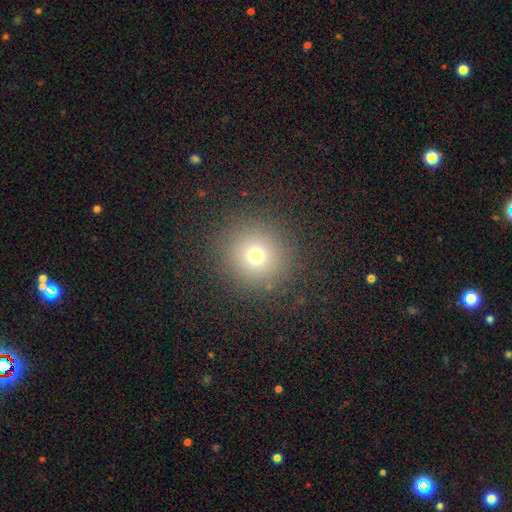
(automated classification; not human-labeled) This appears to be a smooth galaxy with no disk features (71%) that is round (92%). Merging: none (89%).